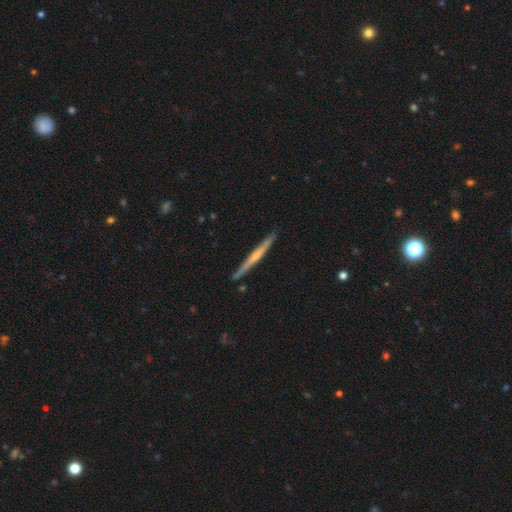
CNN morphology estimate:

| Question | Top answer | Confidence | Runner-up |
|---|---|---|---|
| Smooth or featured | featured or disk | 61% | smooth (34%) |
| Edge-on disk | yes | 98% | no (2%) |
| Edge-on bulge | none | 52% | rounded (42%) |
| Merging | none | 89% | minor disturbance (8%) |